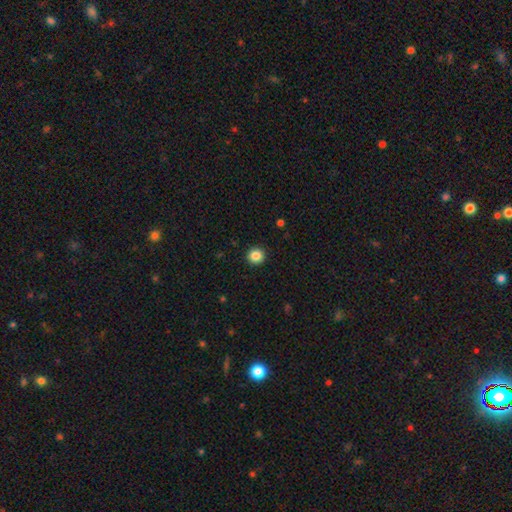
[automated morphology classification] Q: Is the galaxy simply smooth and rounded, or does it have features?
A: smooth — 85%.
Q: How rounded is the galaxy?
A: round — 94%.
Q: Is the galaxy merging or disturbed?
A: none — 93%.